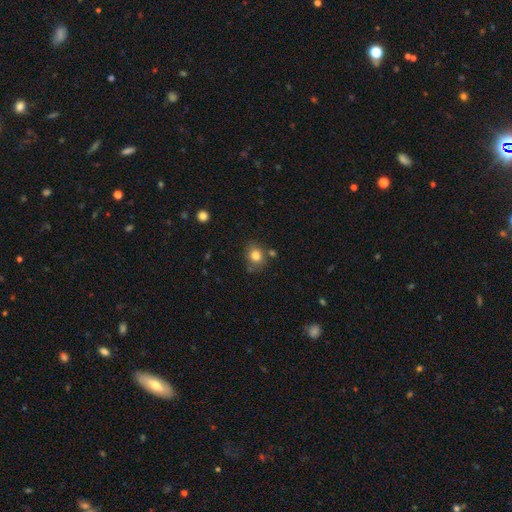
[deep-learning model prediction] Smooth or featured?
  - smooth: 81% *
  - star or artifact: 11%
  - featured or disk: 8%
How rounded?
  - round: 73% *
  - in between: 26%
  - cigar-shaped: 1%
Merging?
  - none: 72% *
  - minor disturbance: 16%
  - merger: 8%
  - major disturbance: 4%